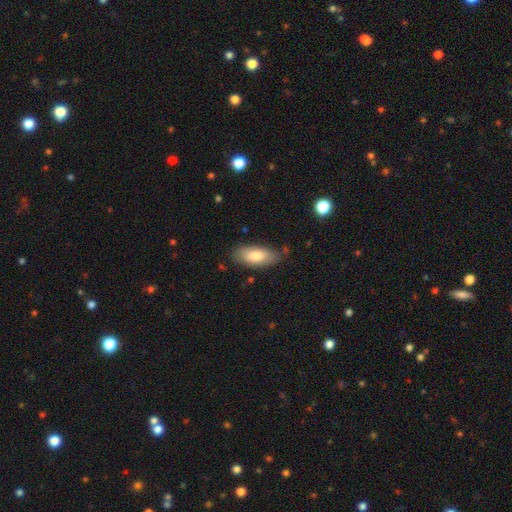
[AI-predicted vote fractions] Smooth or featured: smooth — 79% (featured or disk — 15%)
How rounded: in between — 83% (cigar-shaped — 15%)
Merging: none — 77% (minor disturbance — 17%)